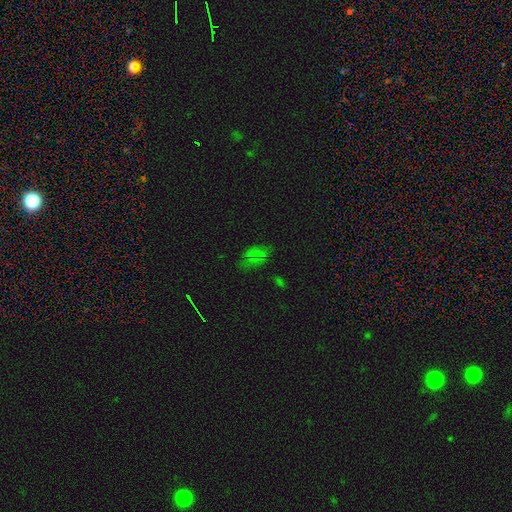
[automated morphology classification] The model was most divided on "smooth or featured": smooth: 53%, star or artifact: 34%, featured or disk: 13%. More confident: how rounded — in between (85%); merging — none (65%).